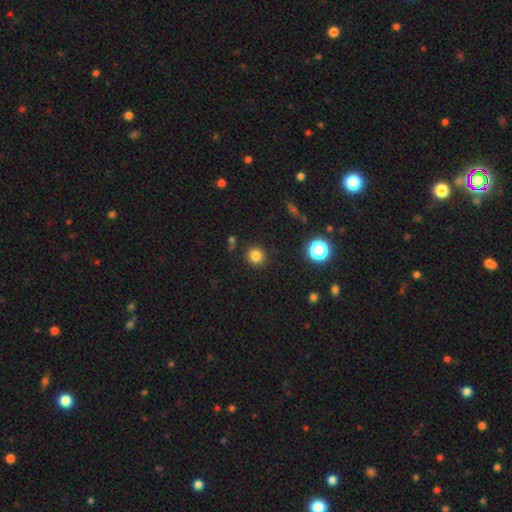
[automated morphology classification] Smooth or featured? Predicted: smooth (p=0.81). How rounded? Predicted: round (p=0.91). Merging? Predicted: none (p=0.89).